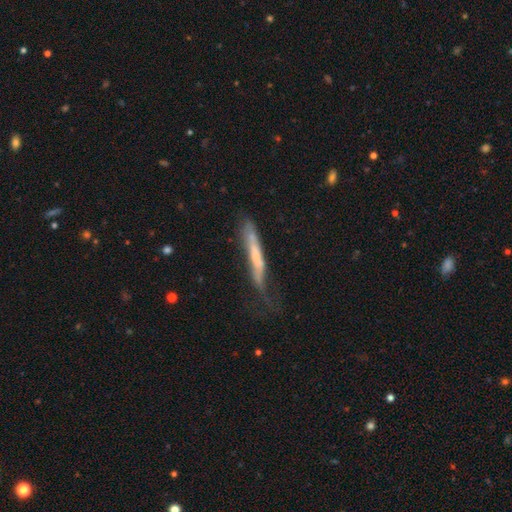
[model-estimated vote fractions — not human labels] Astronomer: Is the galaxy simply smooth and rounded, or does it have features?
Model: featured or disk — 47% (runner-up: smooth, 46%).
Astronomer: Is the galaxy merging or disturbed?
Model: none — 43% (runner-up: minor disturbance, 30%).